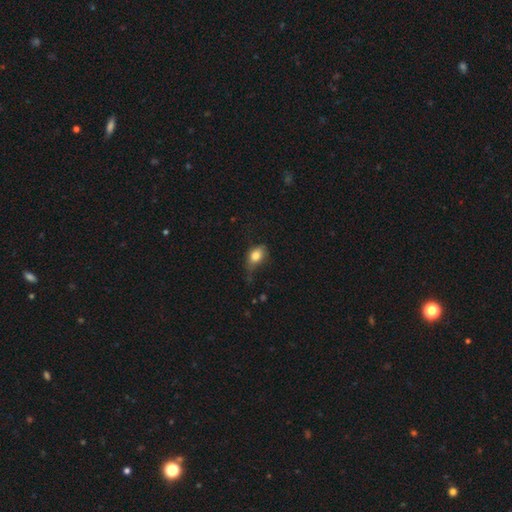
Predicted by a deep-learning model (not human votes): A smooth galaxy with no disk features (81%) that is in between round and cigar-shaped (81%). Merging: none (45%).